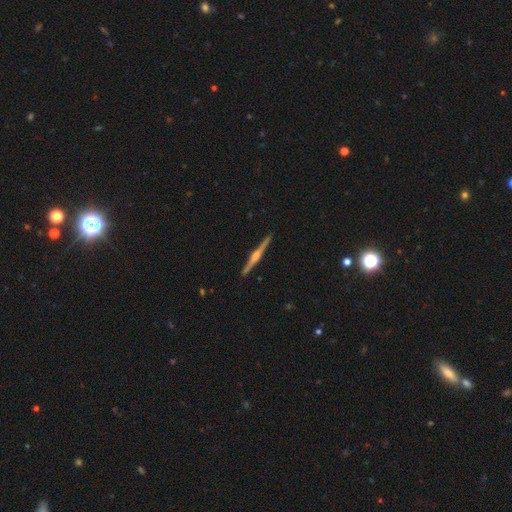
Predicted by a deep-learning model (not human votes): Smooth or featured?
  - featured or disk: 84% *
  - smooth: 11%
  - star or artifact: 5%
Edge-on disk?
  - yes: 99% *
  - no: 1%
Edge-on bulge?
  - rounded: 86% *
  - boxy: 8%
  - none: 6%
Merging?
  - none: 93% *
  - minor disturbance: 5%
  - major disturbance: 1%
  - merger: 1%